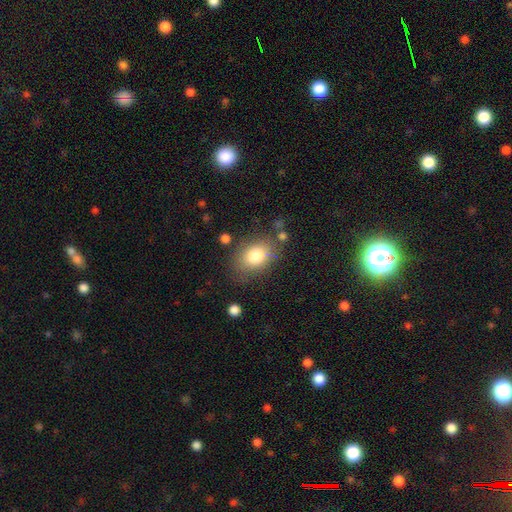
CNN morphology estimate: Smooth or featured? smooth (79%)
How rounded? in between (73%)
Merging? none (74%)